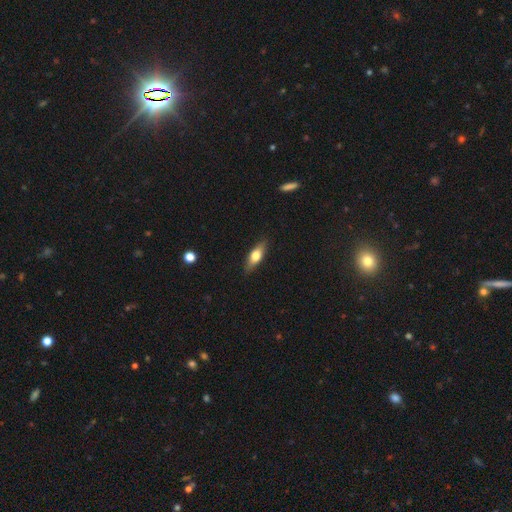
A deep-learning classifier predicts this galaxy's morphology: This appears to be a smooth galaxy with no disk features (58%) that is in between round and cigar-shaped (59%). Merging: none (87%).